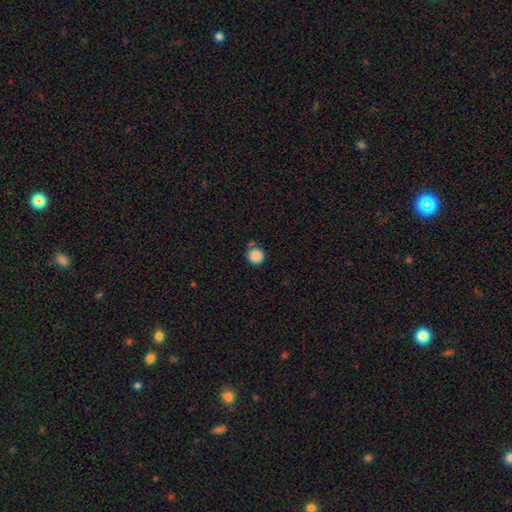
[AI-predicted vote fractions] Morphology: type=smooth (87%); roundness=round (93%); merging=none (76%).